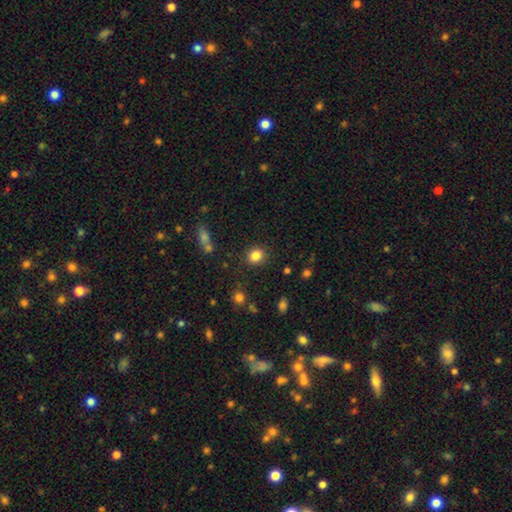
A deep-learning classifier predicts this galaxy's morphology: A smooth galaxy with no disk features (84%) that is round (78%). Merging: none (86%).